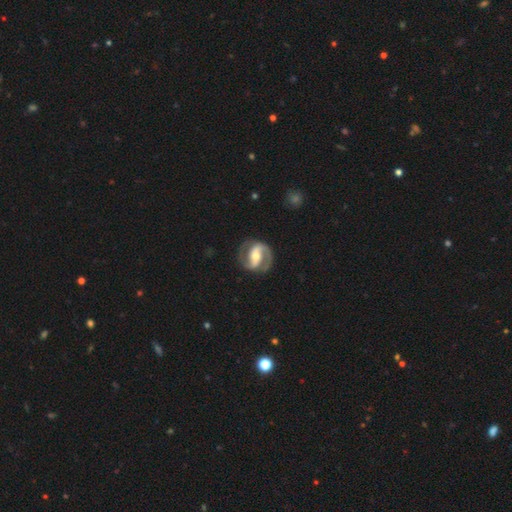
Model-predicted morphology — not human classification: Q: Smooth or featured?
A: featured or disk (88%); runner-up: smooth (8%)
Q: Edge-on disk?
A: no (97%); runner-up: yes (3%)
Q: Bar?
A: strong (57%); runner-up: weak (29%)
Q: Spiral arms?
A: yes (94%); runner-up: no (6%)
Q: Spiral winding?
A: medium (52%); runner-up: tight (31%)
Q: Spiral arm count?
A: 2 (92%); runner-up: can't tell (3%)
Q: Bulge size?
A: moderate (65%); runner-up: small (24%)
Q: Merging?
A: none (83%); runner-up: minor disturbance (11%)